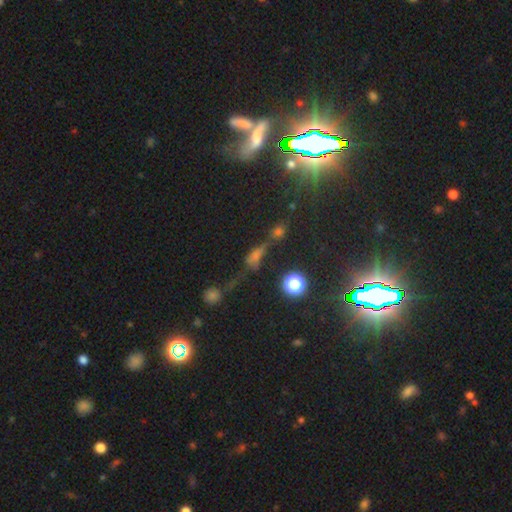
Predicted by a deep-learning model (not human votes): smooth-or-featured: star or artifact: 43% | smooth: 30% | featured or disk: 27%